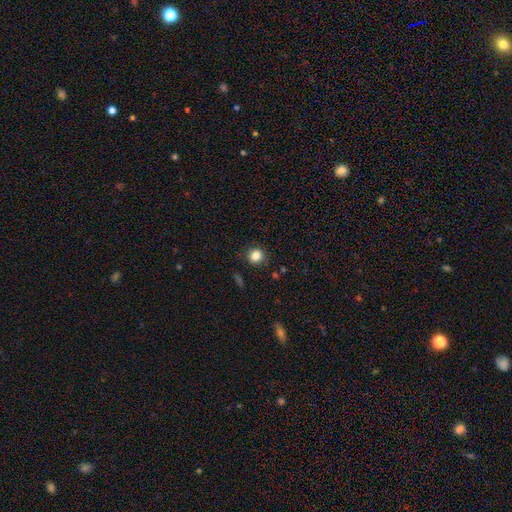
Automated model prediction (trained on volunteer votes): smooth_or_featured: smooth (p=0.84) [alt: star or artifact p=0.11]
how_rounded: round (p=0.88) [alt: in between p=0.11]
merging: none (p=0.88) [alt: minor disturbance p=0.08]